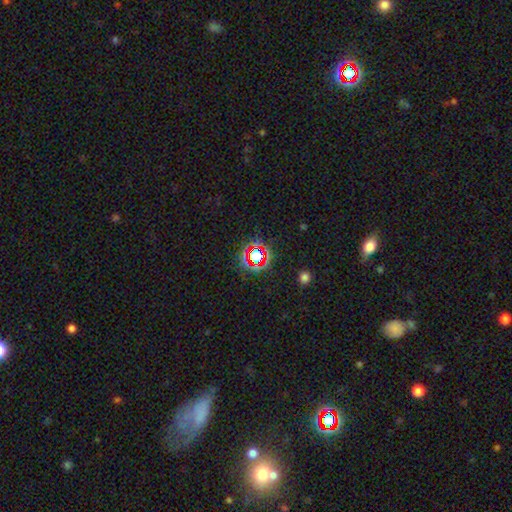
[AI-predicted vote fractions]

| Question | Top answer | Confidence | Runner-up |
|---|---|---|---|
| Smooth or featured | star or artifact | 71% | smooth (18%) |